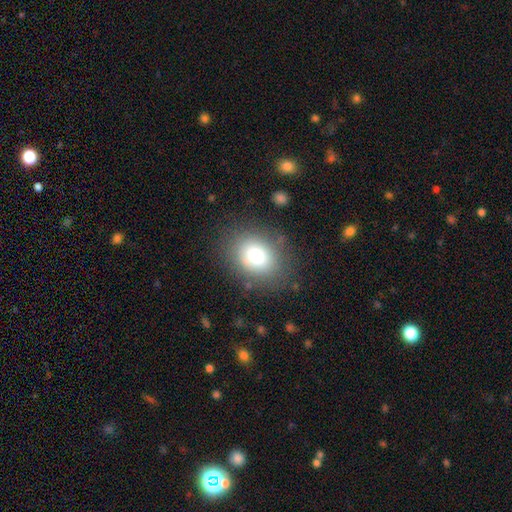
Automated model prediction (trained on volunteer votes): smooth 78%, featured or disk 11%, star or artifact 11%. Down the decision tree: how rounded — in between (53%); merging — none (80%).